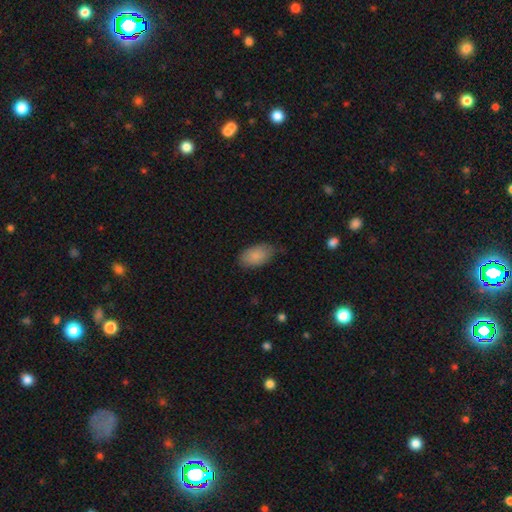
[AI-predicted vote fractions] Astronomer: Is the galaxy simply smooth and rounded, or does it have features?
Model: smooth — 87%.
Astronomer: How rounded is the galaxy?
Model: in between — 94%.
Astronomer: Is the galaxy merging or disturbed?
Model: none — 70%.